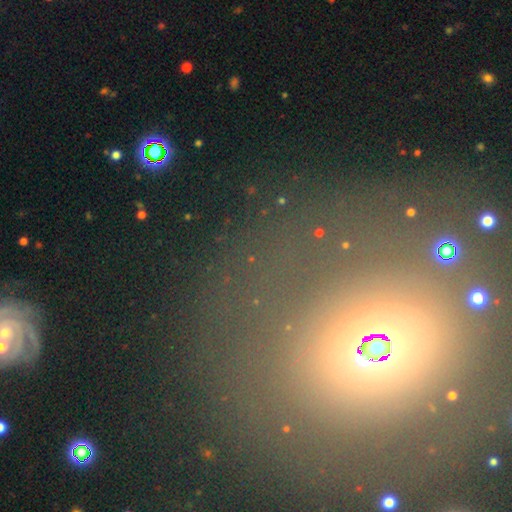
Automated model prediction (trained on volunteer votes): A star or artifact, not a galaxy (47%).

Vote fractions:
- Smooth or featured? star or artifact: 47% / smooth: 37% / featured or disk: 17%